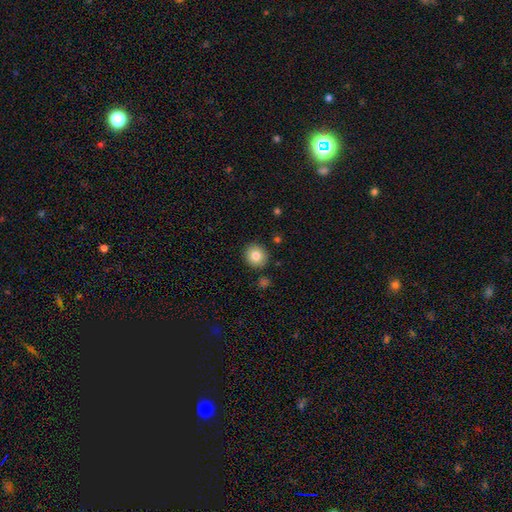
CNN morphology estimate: A smooth galaxy with no disk features (83%) that is round (89%).

Vote fractions:
- Smooth or featured? smooth: 83% / star or artifact: 9% / featured or disk: 8%
- How rounded? round: 89% / in between: 10% / cigar-shaped: 1%
- Merging? none: 89% / minor disturbance: 7% / merger: 3% / major disturbance: 2%